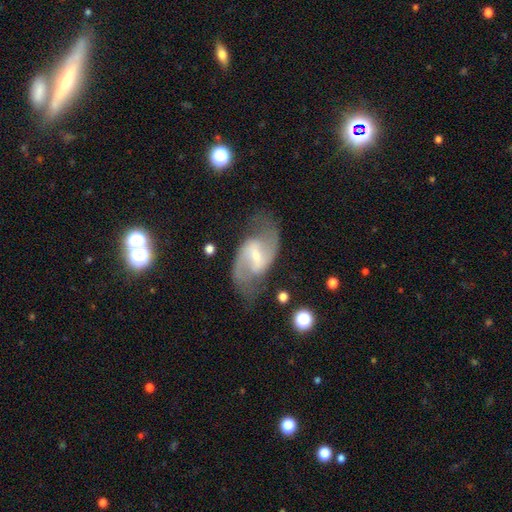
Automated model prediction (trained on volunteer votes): Smooth or featured: featured or disk — 87% (smooth — 7%)
Edge-on disk: no — 97% (yes — 3%)
Bar: weak — 49% (strong — 39%)
Spiral arms: yes — 95% (no — 5%)
Spiral winding: medium — 48% (loose — 42%)
Spiral arm count: 2 — 93% (can't tell — 3%)
Bulge size: small — 56% (moderate — 32%)
Merging: none — 73% (minor disturbance — 15%)